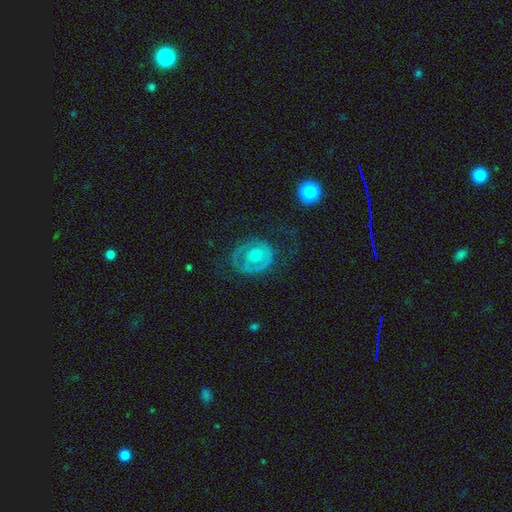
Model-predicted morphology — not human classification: This appears to be a featured or disk galaxy (61%) with no bar (79%), no spiral arms (53%) and a moderate central bulge (56%). Merging: none (56%).